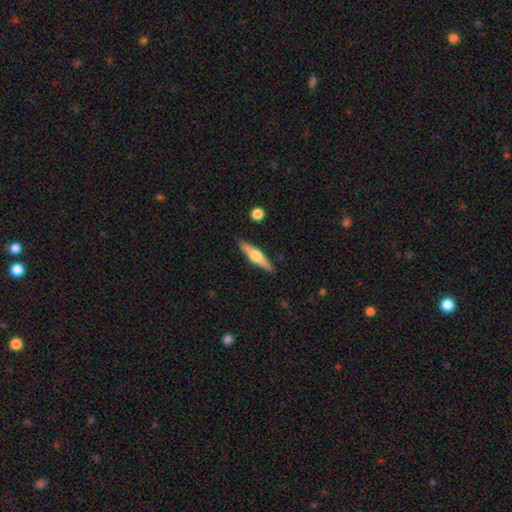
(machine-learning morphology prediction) Smooth or featured? featured or disk (67%)
Edge-on disk? yes (97%)
Edge-on bulge? rounded (94%)
Merging? none (90%)